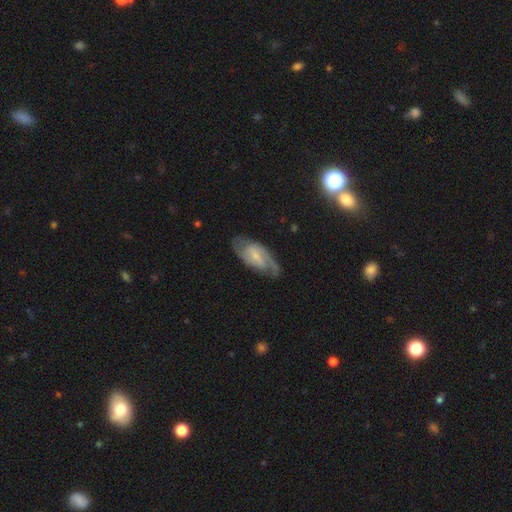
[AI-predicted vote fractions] Smooth or featured: featured or disk — 80% (smooth — 15%)
Edge-on disk: no — 95% (yes — 5%)
Bar: weak — 50% (strong — 25%)
Spiral arms: yes — 94% (no — 6%)
Spiral winding: medium — 51% (tight — 28%)
Spiral arm count: 2 — 85% (can't tell — 8%)
Bulge size: small — 65% (moderate — 23%)
Merging: none — 77% (minor disturbance — 15%)